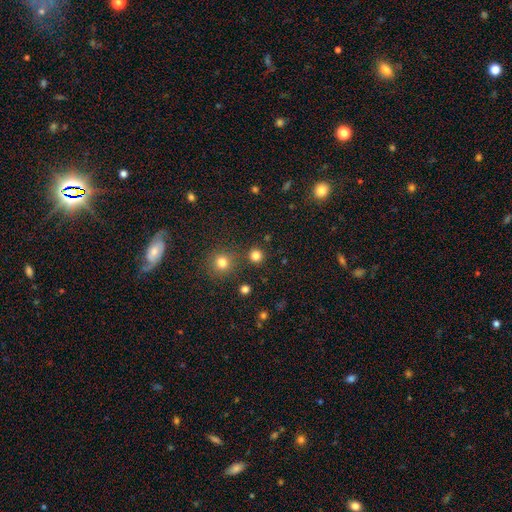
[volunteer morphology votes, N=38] This appears to be a smooth galaxy with no disk features (84%) that is round (97%). Merging: none (77%).